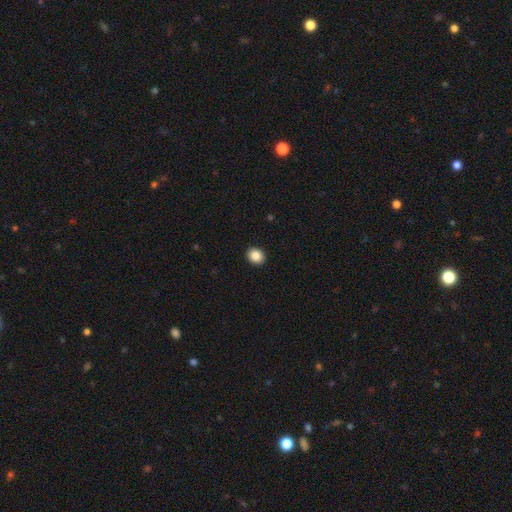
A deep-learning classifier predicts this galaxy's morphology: Smooth or featured?
  - smooth: 87% *
  - star or artifact: 9%
  - featured or disk: 4%
How rounded?
  - round: 65% *
  - in between: 35%
  - cigar-shaped: 1%
Merging?
  - none: 93% *
  - minor disturbance: 5%
  - major disturbance: 1%
  - merger: 1%